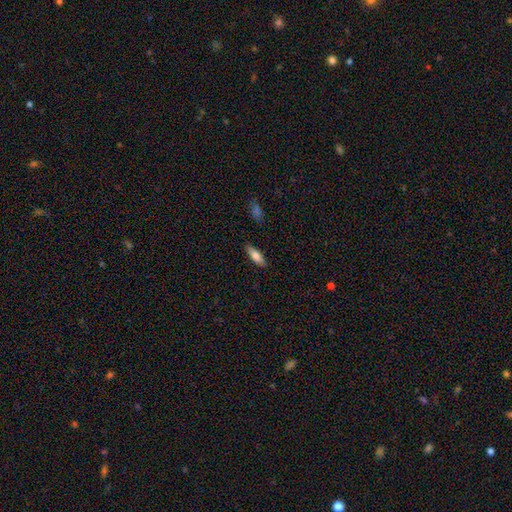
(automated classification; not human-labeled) A smooth galaxy with no disk features (74%) that is in between round and cigar-shaped (59%). Merging: none (87%).